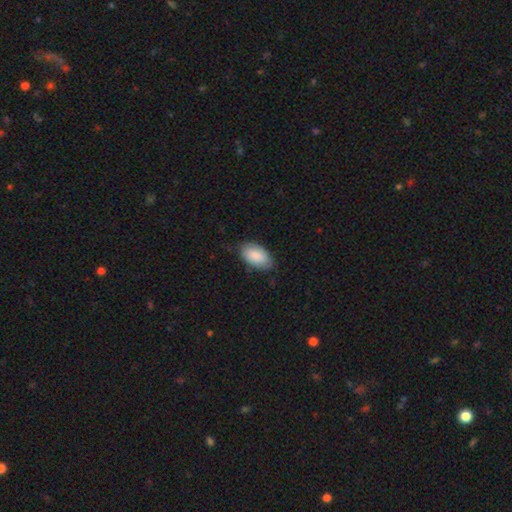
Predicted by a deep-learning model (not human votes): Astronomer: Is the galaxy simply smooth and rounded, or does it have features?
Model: smooth — 88%.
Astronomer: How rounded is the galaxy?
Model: in between — 95%.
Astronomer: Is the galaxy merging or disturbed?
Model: none — 76%.